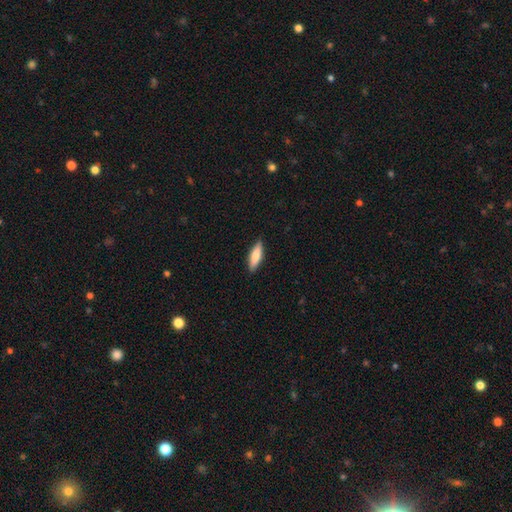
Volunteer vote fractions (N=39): Volunteers were most divided on "how rounded": cigar-shaped: 68%, in between: 32%, round: 0%. More confident: smooth or featured — smooth (79%); merging — none (77%).